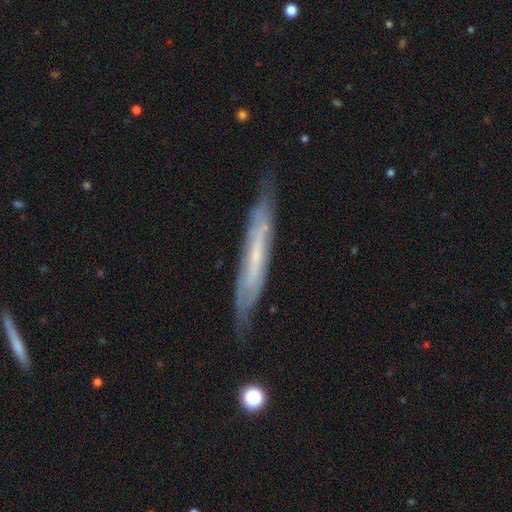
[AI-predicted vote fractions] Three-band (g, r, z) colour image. It shows a featured or disk galaxy (67%) viewed edge-on (69%). Merging: none (76%).